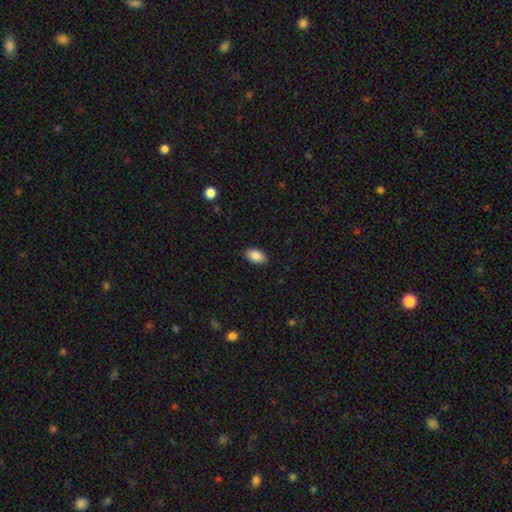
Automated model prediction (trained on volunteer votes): smooth-or-featured: smooth: 88% | star or artifact: 7% | featured or disk: 5%
  how-rounded: in between: 93% | round: 5% | cigar-shaped: 2%
  merging: none: 88% | minor disturbance: 9% | major disturbance: 2% | merger: 1%